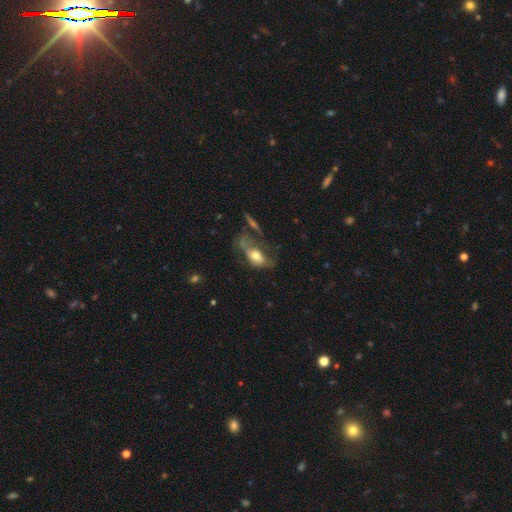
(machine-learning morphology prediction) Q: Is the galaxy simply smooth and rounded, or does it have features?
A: smooth — 51%.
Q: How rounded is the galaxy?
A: in between — 86%.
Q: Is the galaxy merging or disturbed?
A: major disturbance — 47%.